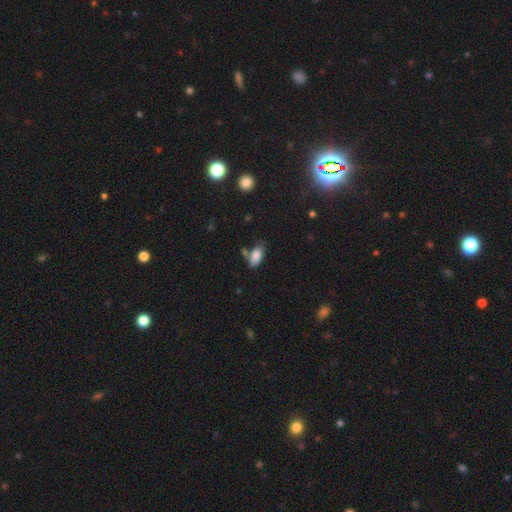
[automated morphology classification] smooth_or_featured: smooth (p=0.84) [alt: featured or disk p=0.08]
how_rounded: in between (p=0.91) [alt: cigar-shaped p=0.06]
merging: none (p=0.55) [alt: minor disturbance p=0.21]